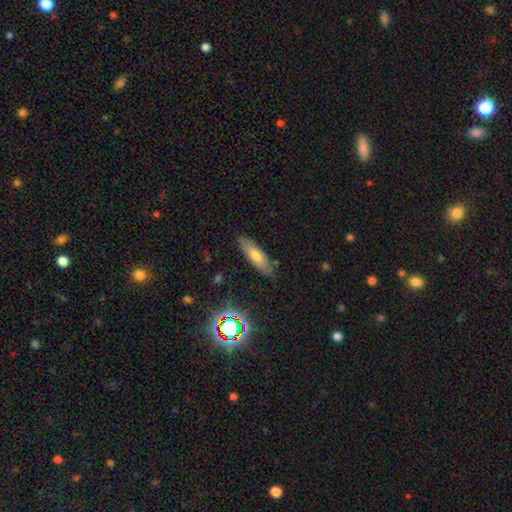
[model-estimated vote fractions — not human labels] A smooth galaxy with no disk features (58%) that is in between round and cigar-shaped (57%).

Vote fractions:
- Smooth or featured? smooth: 58% / featured or disk: 33% / star or artifact: 10%
- How rounded? in between: 57% / cigar-shaped: 41% / round: 2%
- Merging? none: 79% / minor disturbance: 16% / major disturbance: 3% / merger: 2%